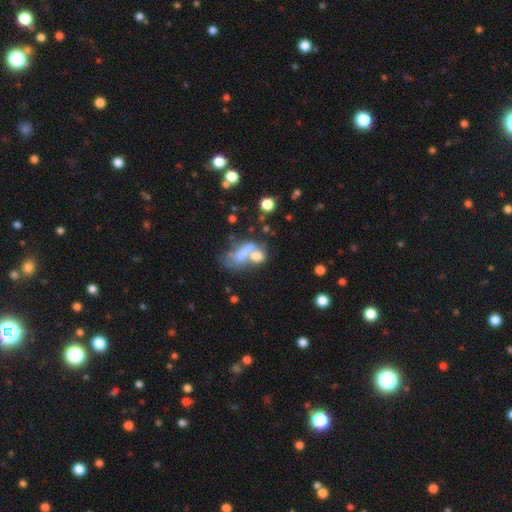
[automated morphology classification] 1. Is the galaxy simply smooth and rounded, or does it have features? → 62% smooth, 26% featured or disk, 13% star or artifact.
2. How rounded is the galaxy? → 60% in between, 31% round, 9% cigar-shaped.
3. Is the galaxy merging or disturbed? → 53% merger, 21% none, 16% major disturbance, 10% minor disturbance.